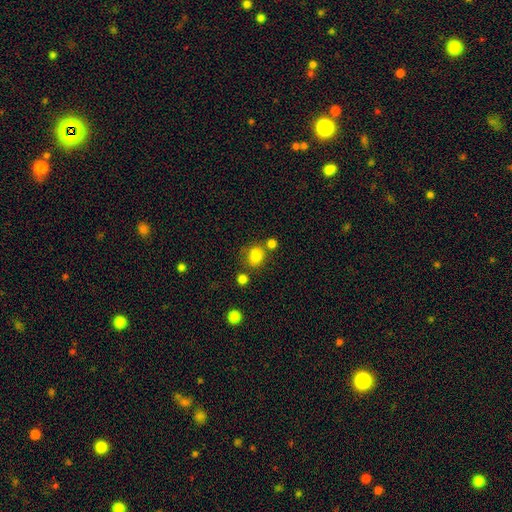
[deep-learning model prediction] A smooth galaxy with no disk features (80%) that is round (59%).

Vote fractions:
- Smooth or featured? smooth: 80% / star or artifact: 13% / featured or disk: 7%
- How rounded? round: 59% / in between: 40% / cigar-shaped: 1%
- Merging? none: 62% / minor disturbance: 16% / merger: 16% / major disturbance: 6%